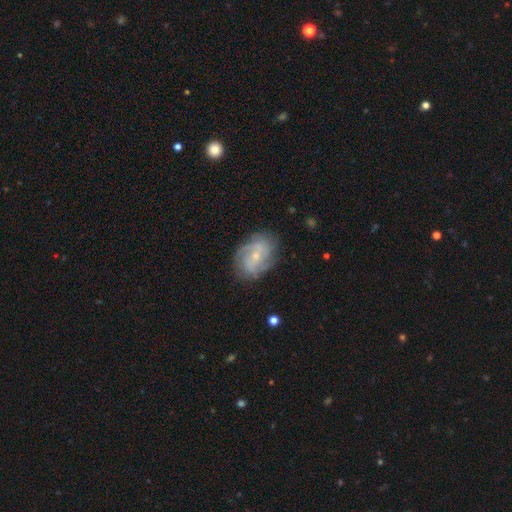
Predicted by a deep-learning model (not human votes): Overall: featured or disk (77%). Edge-on disk: no (97%). Bar: no (56%; weak 36%). Spiral arms: yes (93%). Spiral arm count: 2 (43%; can't tell 26%). Spiral winding: tight (43%; medium 41%). Bulge size: small (70%). Merging: none (76%).